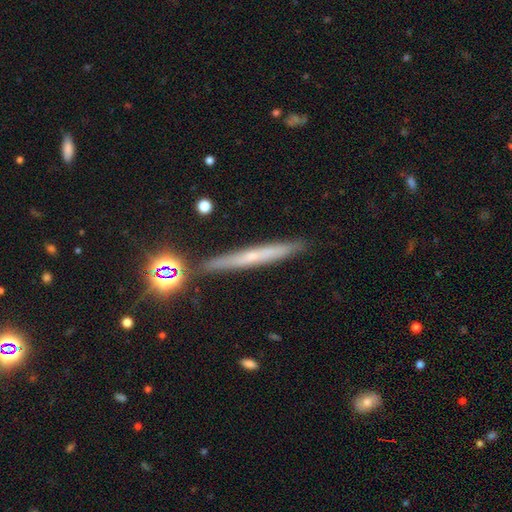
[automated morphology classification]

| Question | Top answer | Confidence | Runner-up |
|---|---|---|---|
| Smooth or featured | featured or disk | 49% | smooth (38%) |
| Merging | none | 87% | minor disturbance (8%) |